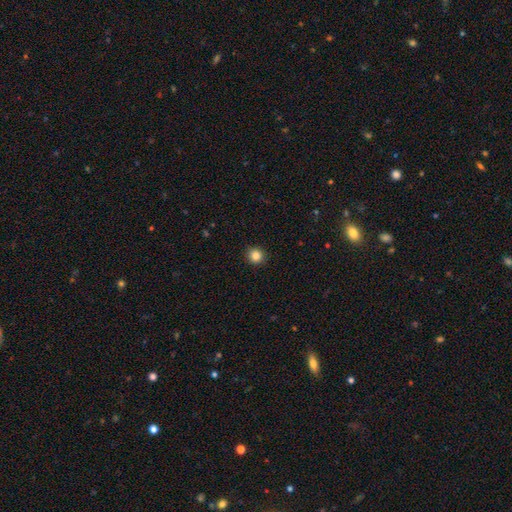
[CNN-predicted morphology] This appears to be a smooth galaxy with no disk features (85%) that is round (92%). Merging: none (92%).